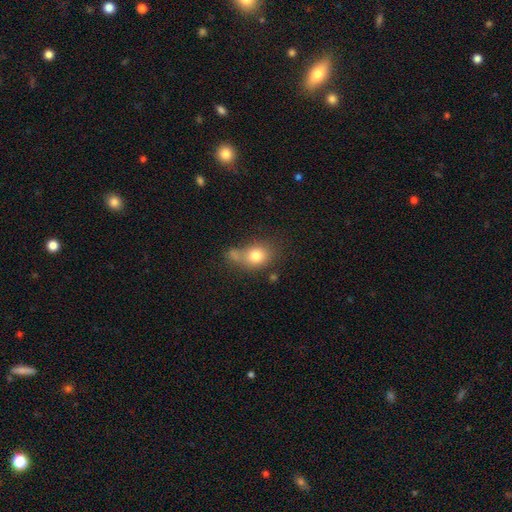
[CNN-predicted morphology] A smooth galaxy with no disk features (78%) that is round (54%).

Vote fractions:
- Smooth or featured? smooth: 78% / featured or disk: 12% / star or artifact: 10%
- How rounded? round: 54% / in between: 45% / cigar-shaped: 2%
- Merging? none: 43% / merger: 26% / minor disturbance: 20% / major disturbance: 11%